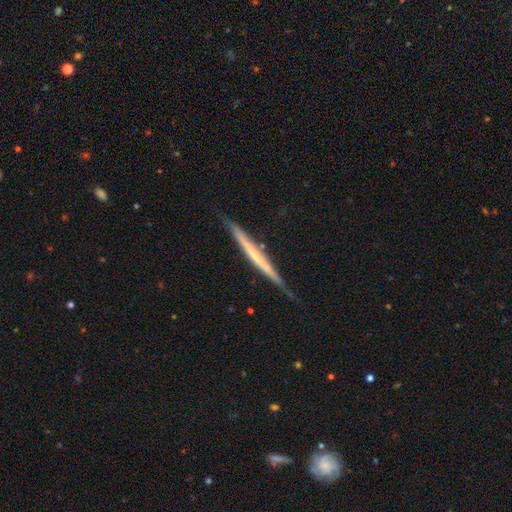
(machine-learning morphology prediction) smooth-or-featured: featured or disk: 62% | smooth: 33% | star or artifact: 5%
  disk-edge-on: yes: 97% | no: 3%
    edge-on-bulge: none: 81% | rounded: 12% | boxy: 7%
  merging: none: 80% | minor disturbance: 15% | major disturbance: 3% | merger: 2%